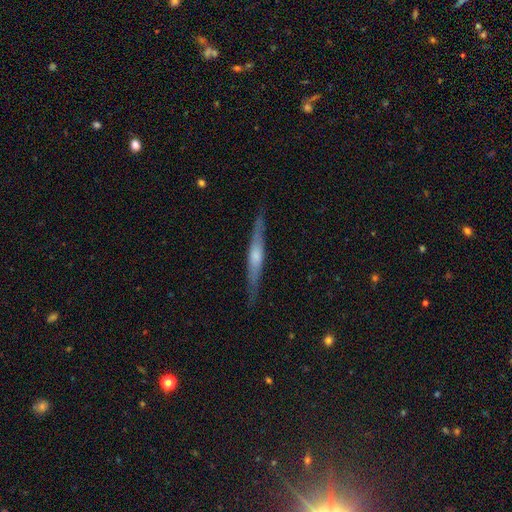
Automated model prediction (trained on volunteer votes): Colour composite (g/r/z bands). It shows a featured or disk galaxy (67%) viewed edge-on (96%) with a rounded central bulge (63%). Merging: none (87%).